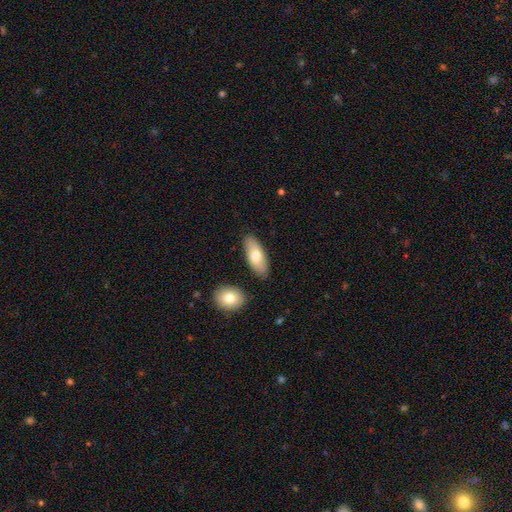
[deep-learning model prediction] smooth 72%, featured or disk 22%, star or artifact 6%. Down the decision tree: how rounded — in between (79%); merging — none (84%).